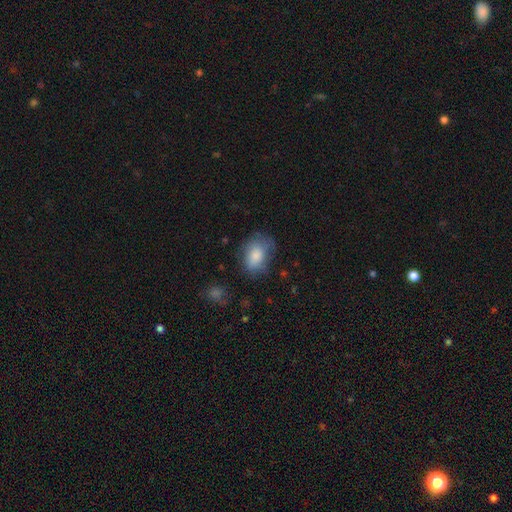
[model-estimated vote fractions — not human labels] smooth_or_featured: smooth (p=0.79) [alt: featured or disk p=0.13]
how_rounded: in between (p=0.79) [alt: round p=0.20]
merging: none (p=0.58) [alt: minor disturbance p=0.27]